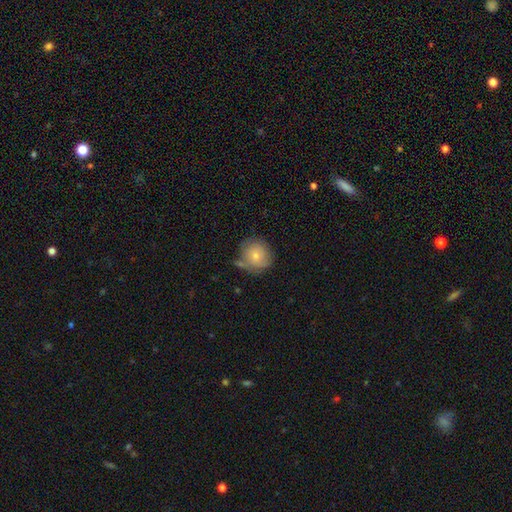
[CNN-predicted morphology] Smooth or featured?
  - smooth: 70% *
  - featured or disk: 22%
  - star or artifact: 7%
How rounded?
  - round: 86% *
  - in between: 13%
  - cigar-shaped: 1%
Merging?
  - none: 61% *
  - minor disturbance: 23%
  - merger: 9%
  - major disturbance: 7%